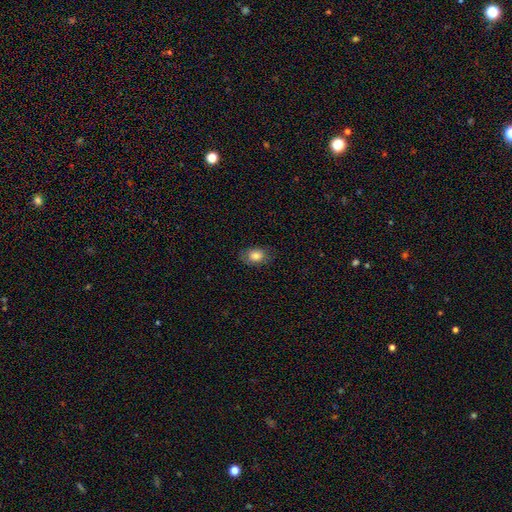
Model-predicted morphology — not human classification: Smooth or featured? Predicted: smooth (p=0.82). How rounded? Predicted: in between (p=0.70). Merging? Predicted: none (p=0.74).